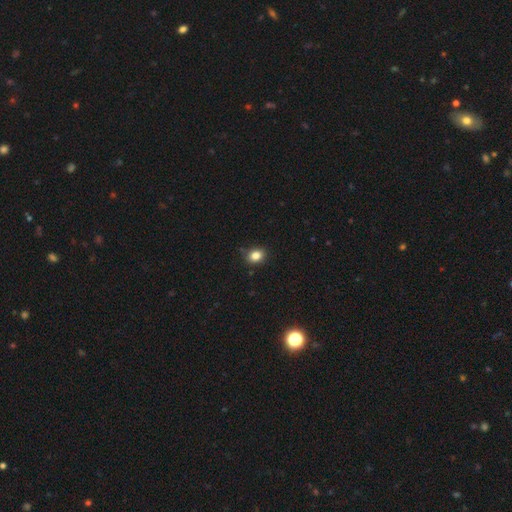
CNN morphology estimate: smooth_or_featured: smooth (p=0.83) [alt: star or artifact p=0.11]
how_rounded: round (p=0.52) [alt: in between p=0.47]
merging: none (p=0.85) [alt: minor disturbance p=0.11]